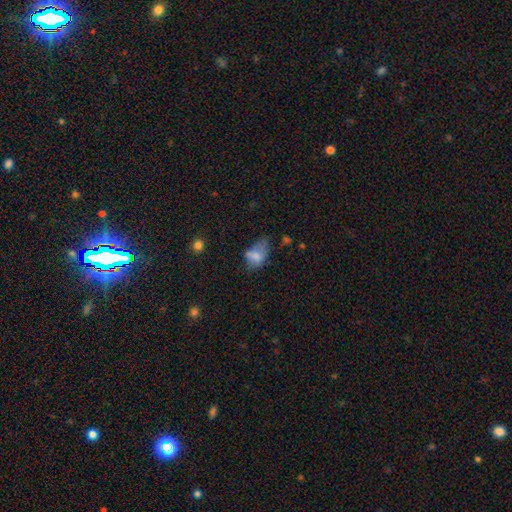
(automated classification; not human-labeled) Overall: smooth (69%). How rounded: in between (81%). Merging: major disturbance (32%; minor disturbance 31%).